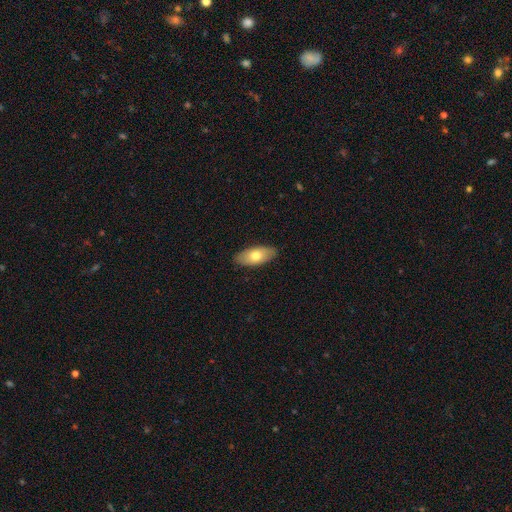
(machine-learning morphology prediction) A smooth galaxy with no disk features (69%) that is in between round and cigar-shaped (87%). Merging: none (88%).